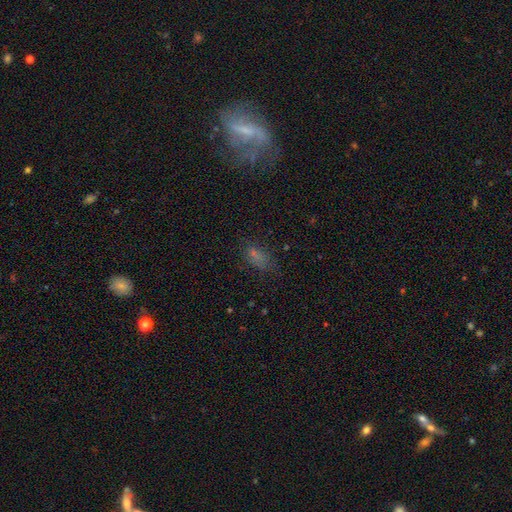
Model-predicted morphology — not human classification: A smooth galaxy with no disk features (56%) that is in between round and cigar-shaped (82%).

Vote fractions:
- Smooth or featured? smooth: 56% / star or artifact: 25% / featured or disk: 19%
- How rounded? in between: 82% / round: 12% / cigar-shaped: 6%
- Merging? none: 61% / minor disturbance: 19% / major disturbance: 16% / merger: 3%